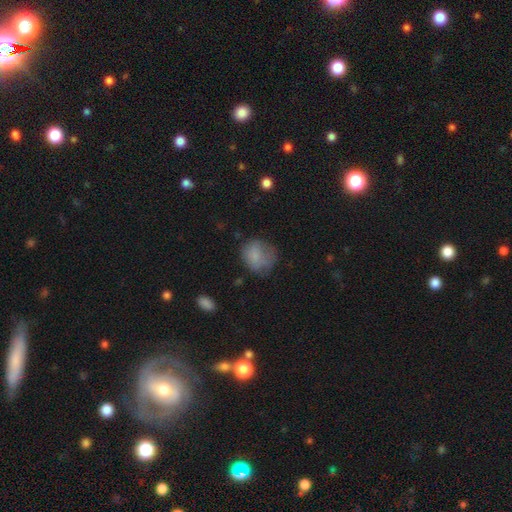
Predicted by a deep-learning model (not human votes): Smooth or featured?
  - smooth: 77% *
  - featured or disk: 13%
  - star or artifact: 10%
How rounded?
  - round: 69% *
  - in between: 30%
  - cigar-shaped: 1%
Merging?
  - none: 48% *
  - minor disturbance: 30%
  - major disturbance: 19%
  - merger: 2%